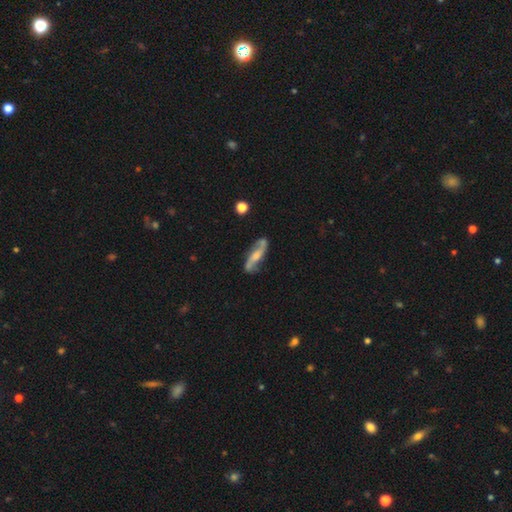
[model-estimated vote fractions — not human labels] Morphology: type=featured or disk (74%); edge-on=no (83%); bar=no (40%); spiral arms=yes (93%); winding=loose (57%); arm count=2 (91%); bulge=moderate (42%); merging=none (74%).